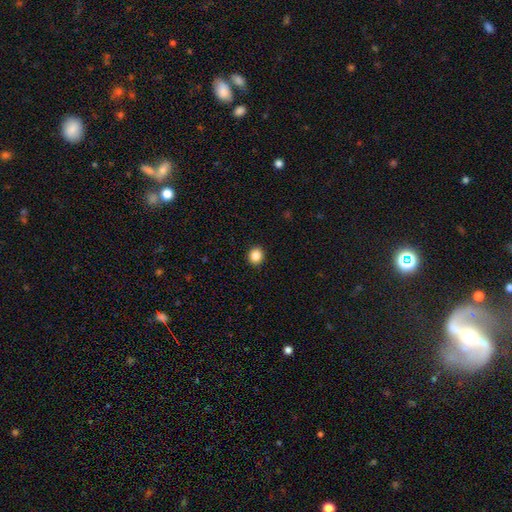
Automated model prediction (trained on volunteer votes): Smooth or featured? smooth (87%)
How rounded? round (74%)
Merging? none (91%)